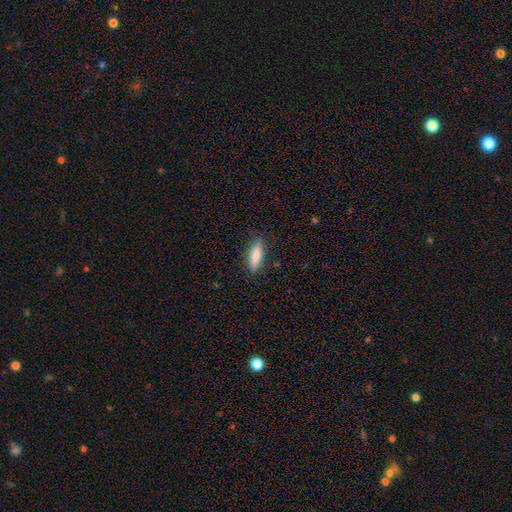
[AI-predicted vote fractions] smooth-or-featured: smooth: 83% | featured or disk: 11% | star or artifact: 6%
  how-rounded: cigar-shaped: 49% (tied) | in between: 49% (tied) | round: 2%
  merging: none: 85% | minor disturbance: 11% | major disturbance: 3% | merger: 1%